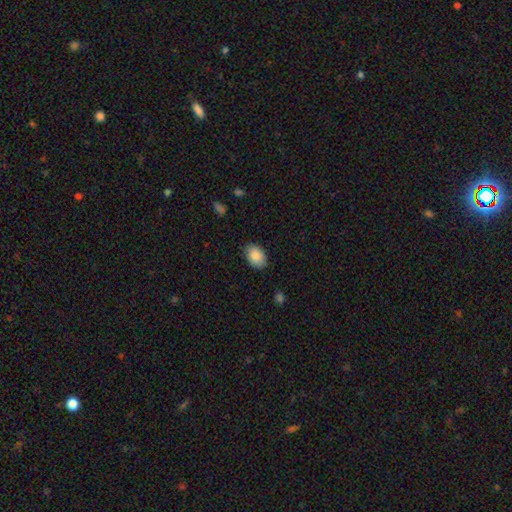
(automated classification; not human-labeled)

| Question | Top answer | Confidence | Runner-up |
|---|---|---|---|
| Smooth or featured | smooth | 87% | star or artifact (7%) |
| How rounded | in between | 87% | round (12%) |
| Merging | none | 85% | minor disturbance (12%) |